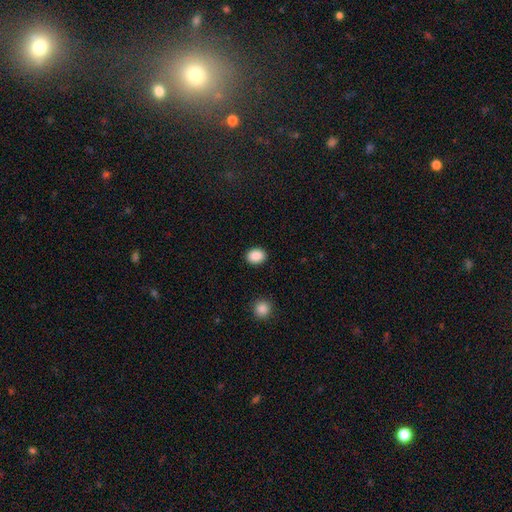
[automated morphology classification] The model was most divided on "how rounded": in between: 55%, round: 44%, cigar-shaped: 1%. More confident: merging — none (90%); smooth or featured — smooth (89%).